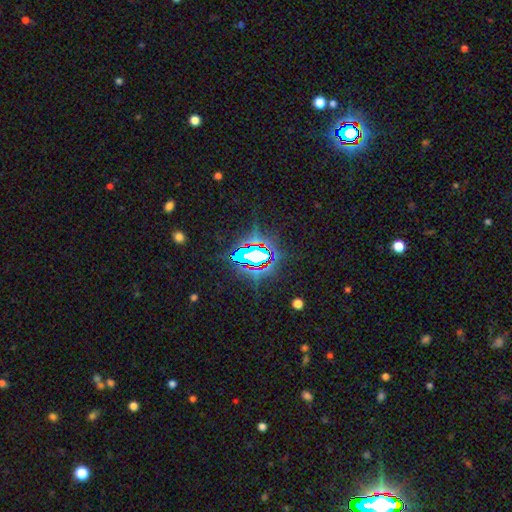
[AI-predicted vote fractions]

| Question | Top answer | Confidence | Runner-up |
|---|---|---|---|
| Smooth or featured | star or artifact | 77% | smooth (12%) |